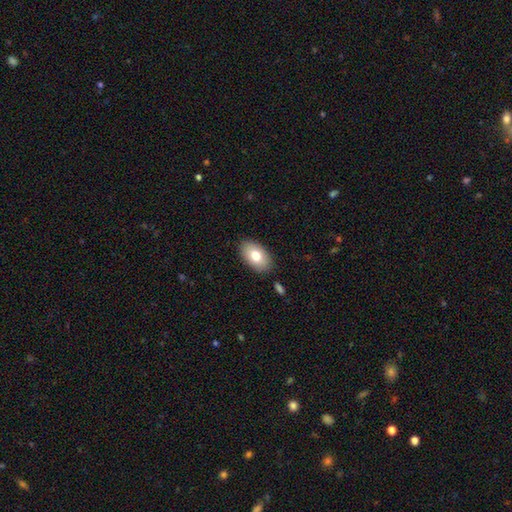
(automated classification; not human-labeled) Overall: smooth (78%). How rounded: in between (93%). Merging: none (87%).